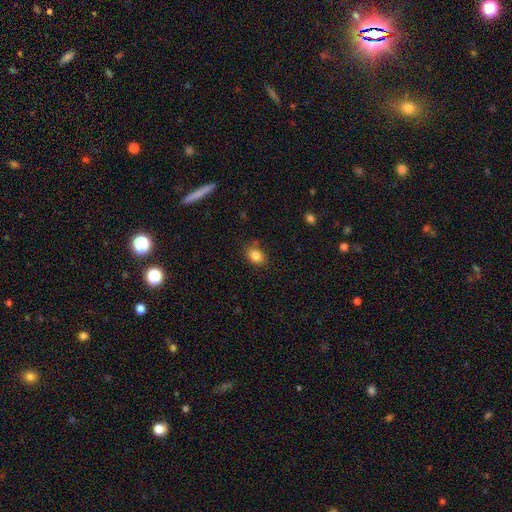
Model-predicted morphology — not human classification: This appears to be a smooth galaxy with no disk features (84%) that is in between round and cigar-shaped (75%). Merging: none (79%).